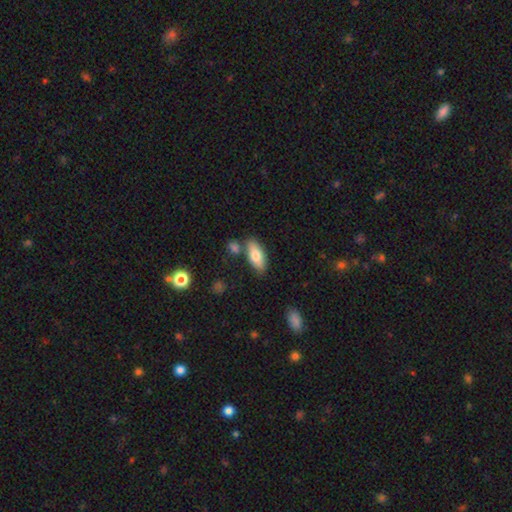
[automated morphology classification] Smooth or featured?
  - smooth: 78% *
  - featured or disk: 16%
  - star or artifact: 6%
How rounded?
  - in between: 83% *
  - cigar-shaped: 14%
  - round: 3%
Merging?
  - none: 74% *
  - minor disturbance: 13%
  - merger: 10%
  - major disturbance: 3%